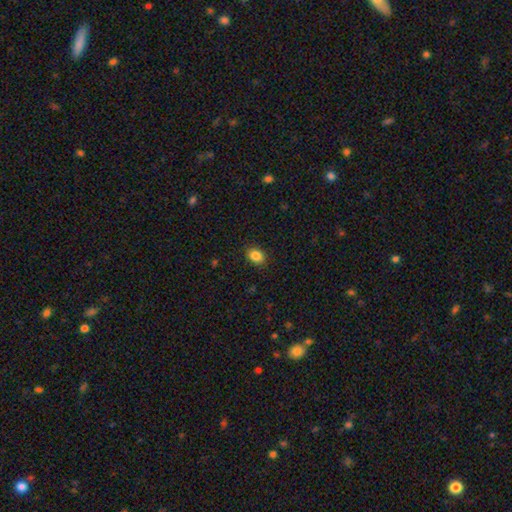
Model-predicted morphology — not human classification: This is clearly a smooth galaxy (86%). How rounded: possibly in between (60%). Merging: clearly none (89%).